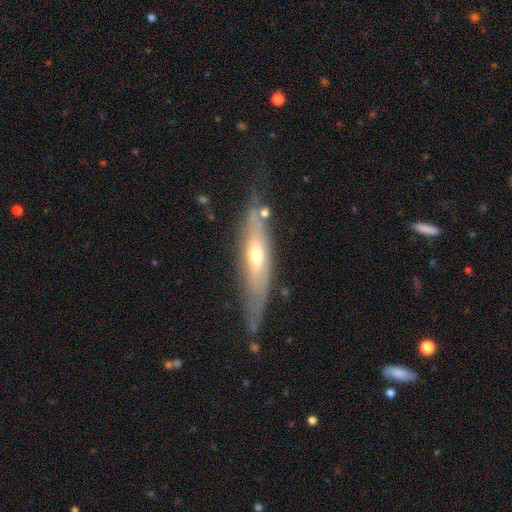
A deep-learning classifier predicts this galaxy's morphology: Overall: featured or disk (64%; smooth 30%). Edge-on disk: yes (66%; no 34%). Merging: none (70%).